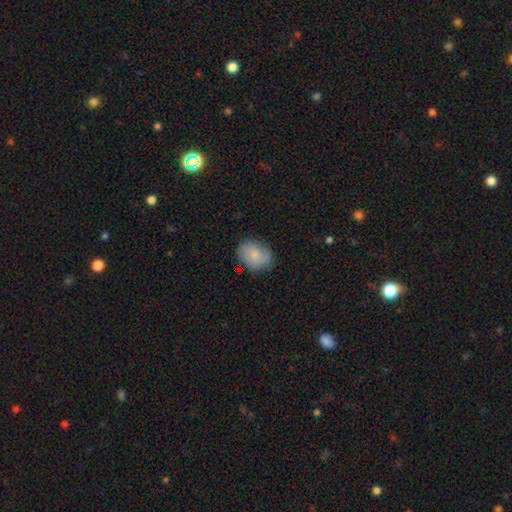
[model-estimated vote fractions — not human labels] Smooth or featured? smooth (71%)
How rounded? in between (54%)
Merging? none (70%)